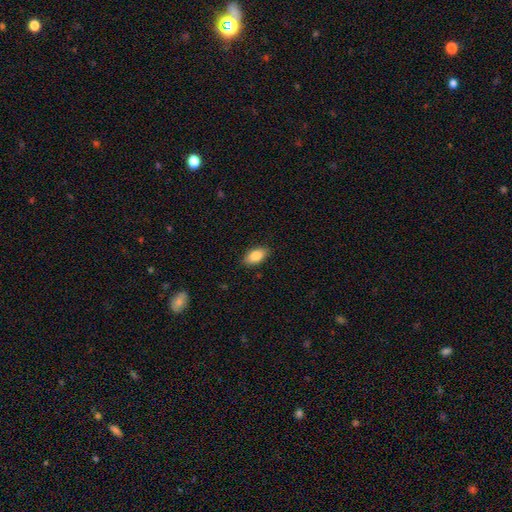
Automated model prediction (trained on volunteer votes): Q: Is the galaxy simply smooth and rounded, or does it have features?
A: smooth — 85%.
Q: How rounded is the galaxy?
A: in between — 91%.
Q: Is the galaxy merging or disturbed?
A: none — 87%.